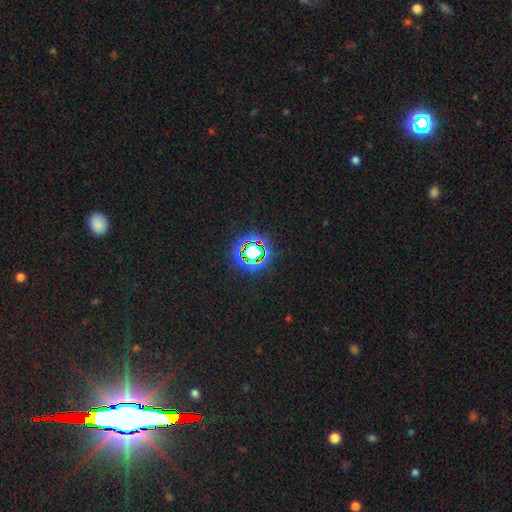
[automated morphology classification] A star or artifact, not a galaxy (68%).

Vote fractions:
- Smooth or featured? star or artifact: 68% / smooth: 22% / featured or disk: 11%